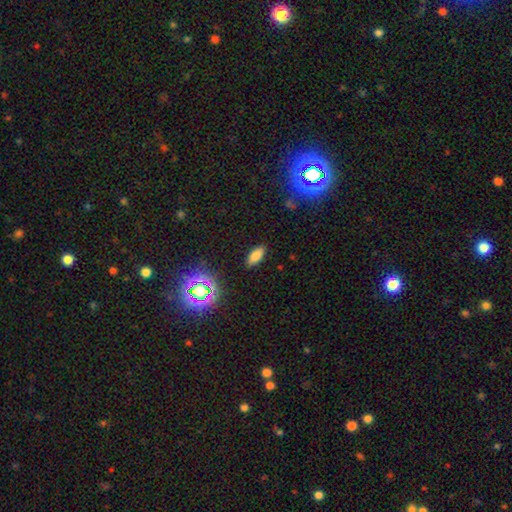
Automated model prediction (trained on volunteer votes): A smooth galaxy with no disk features (78%) that is in between round and cigar-shaped (85%).

Vote fractions:
- Smooth or featured? smooth: 78% / star or artifact: 15% / featured or disk: 7%
- How rounded? in between: 85% / cigar-shaped: 12% / round: 3%
- Merging? none: 87% / minor disturbance: 9% / major disturbance: 2% / merger: 1%